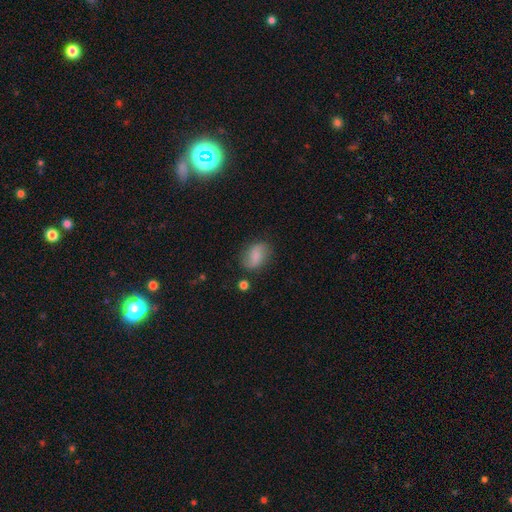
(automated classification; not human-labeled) Smooth or featured?
  - smooth: 66% *
  - featured or disk: 25%
  - star or artifact: 9%
How rounded?
  - in between: 80% *
  - round: 17%
  - cigar-shaped: 3%
Merging?
  - none: 73% *
  - minor disturbance: 19%
  - major disturbance: 6%
  - merger: 3%